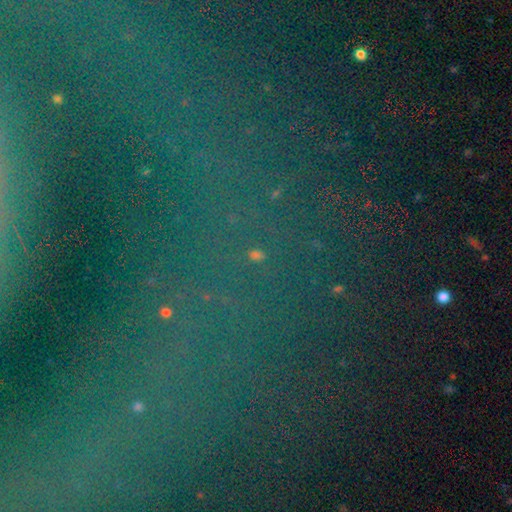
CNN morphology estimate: smooth_or_featured: star or artifact (p=0.77) [alt: smooth p=0.14]